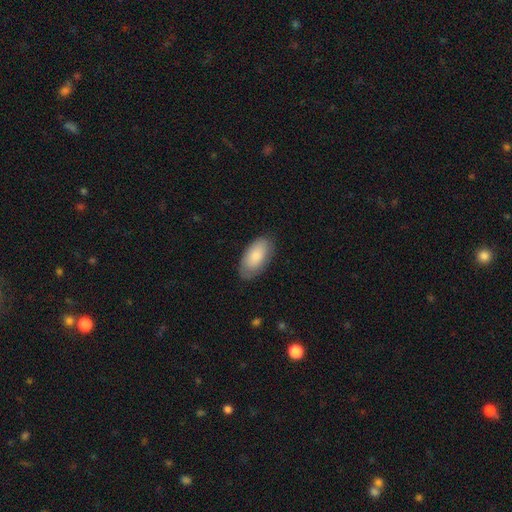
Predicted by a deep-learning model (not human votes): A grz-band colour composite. It shows a smooth galaxy with no disk features (82%) that is in between round and cigar-shaped (95%). Merging: none (78%).